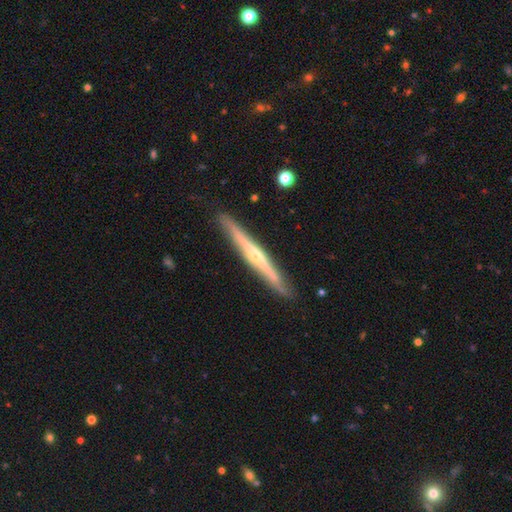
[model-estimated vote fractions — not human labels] Smooth or featured? featured or disk (77%)
Edge-on disk? yes (97%)
Edge-on bulge? rounded (74%)
Merging? none (89%)